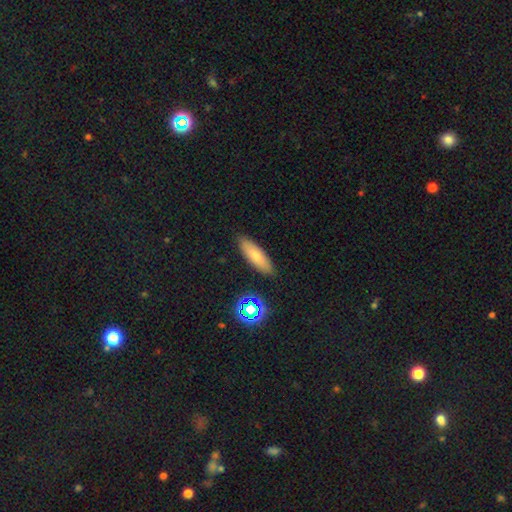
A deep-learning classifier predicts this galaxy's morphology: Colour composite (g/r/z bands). It shows a smooth galaxy with no disk features (76%) that is in between round and cigar-shaped (53%). Merging: none (88%).